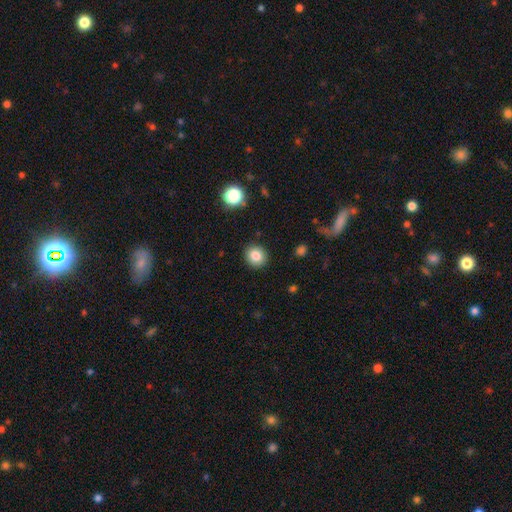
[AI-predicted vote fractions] Smooth or featured? Predicted: smooth (p=0.83). How rounded? Predicted: round (p=0.84). Merging? Predicted: none (p=0.91).